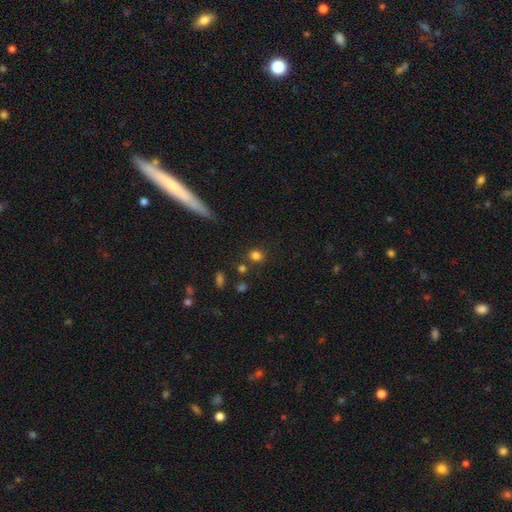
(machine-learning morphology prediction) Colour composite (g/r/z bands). It shows a smooth galaxy with no disk features (79%) that is round (77%). Merging: none (78%).